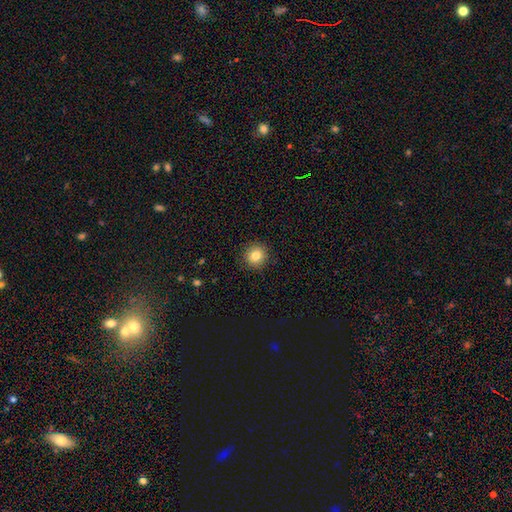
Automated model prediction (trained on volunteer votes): This is clearly a smooth galaxy (83%). How rounded: clearly round (92%). Merging: clearly none (91%).